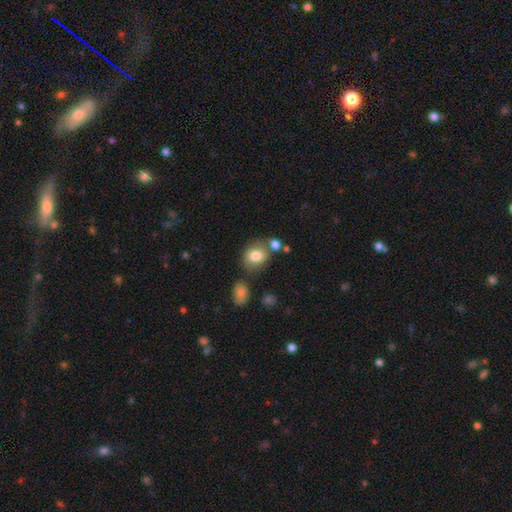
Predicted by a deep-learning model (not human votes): The model was most divided on "how rounded": round: 51%, in between: 48%, cigar-shaped: 1%. More confident: smooth or featured — smooth (79%); merging — none (61%).